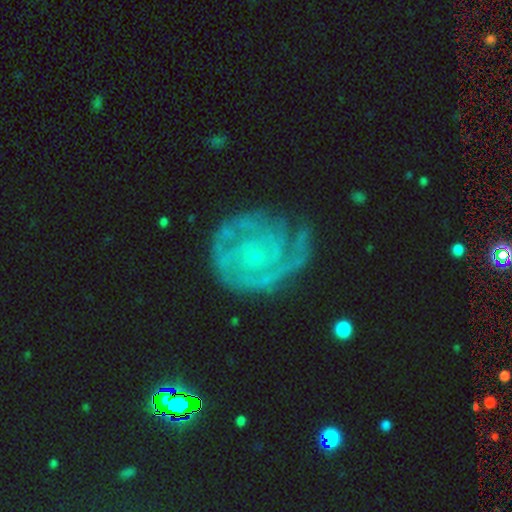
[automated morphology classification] smooth-or-featured: featured or disk: 84% | smooth: 9% | star or artifact: 7%
  disk-edge-on: no: 98% | yes: 2%
    bar: no: 80% | weak: 17% | strong: 4%
    has-spiral-arms: yes: 94% | no: 6%
      spiral-winding: tight: 72% | medium: 22% | loose: 6%
      spiral-arm-count: can't tell: 31% | 2: 27% | 3: 19% | 1: 8% | 4: 8% | more than 4: 6%
    bulge-size: small: 82% | none: 9% | moderate: 7% | large: 1% | dominant: 1%
  merging: none: 65% | minor disturbance: 21% | major disturbance: 12% | merger: 2%